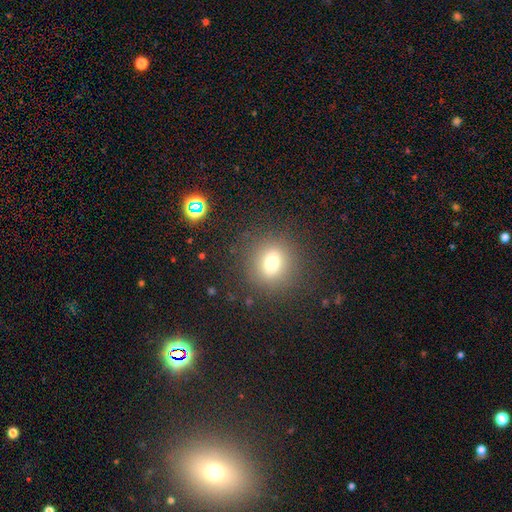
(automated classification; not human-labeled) A smooth galaxy with no disk features (63%) that is round (85%). Merging: none (89%).